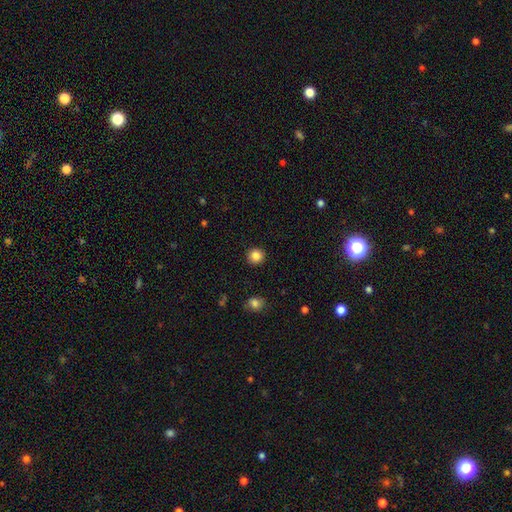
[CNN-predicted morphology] This is clearly a smooth galaxy (85%). How rounded: clearly round (93%). Merging: clearly none (92%).